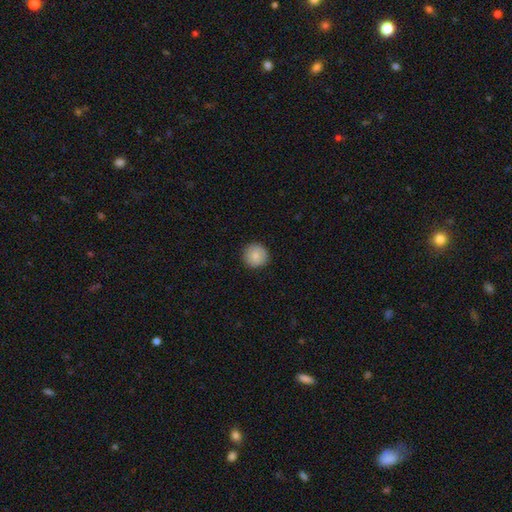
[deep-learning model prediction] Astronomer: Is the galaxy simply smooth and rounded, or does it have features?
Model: smooth — 81%.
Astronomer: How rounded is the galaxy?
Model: round — 95%.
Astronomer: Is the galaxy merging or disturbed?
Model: none — 90%.